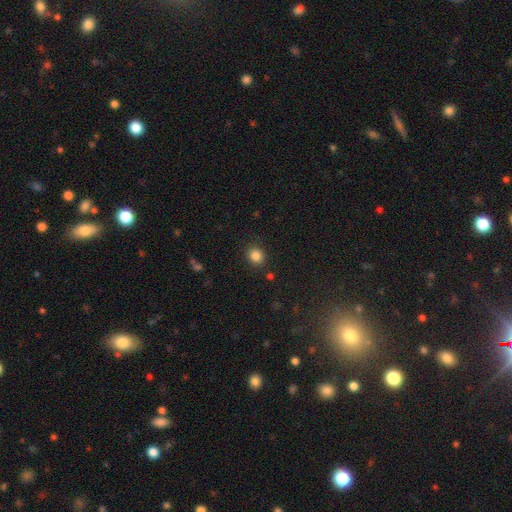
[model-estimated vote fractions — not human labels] This is clearly a smooth galaxy (85%). How rounded: likely round (80%). Merging: clearly none (88%).